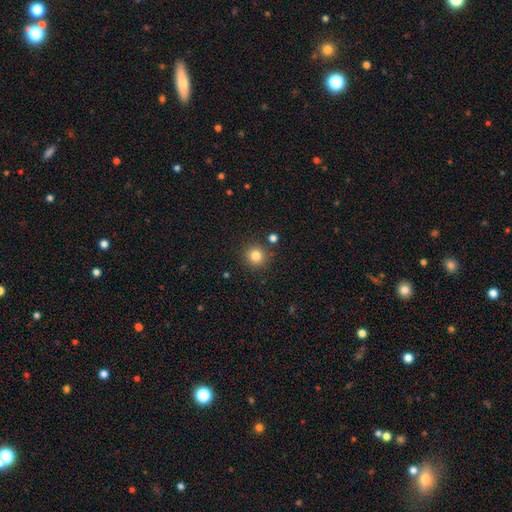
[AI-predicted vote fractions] A smooth galaxy with no disk features (81%) that is round (94%).

Vote fractions:
- Smooth or featured? smooth: 81% / star or artifact: 13% / featured or disk: 6%
- How rounded? round: 94% / in between: 5% / cigar-shaped: 1%
- Merging? none: 86% / minor disturbance: 7% / merger: 4% / major disturbance: 2%